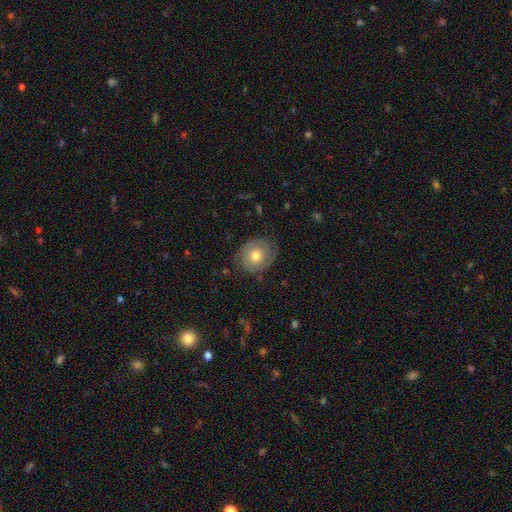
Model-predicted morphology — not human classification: Smooth or featured?
  - featured or disk: 48% *
  - smooth: 44%
  - star or artifact: 8%
Merging?
  - none: 77% *
  - minor disturbance: 17%
  - major disturbance: 6%
  - merger: 1%